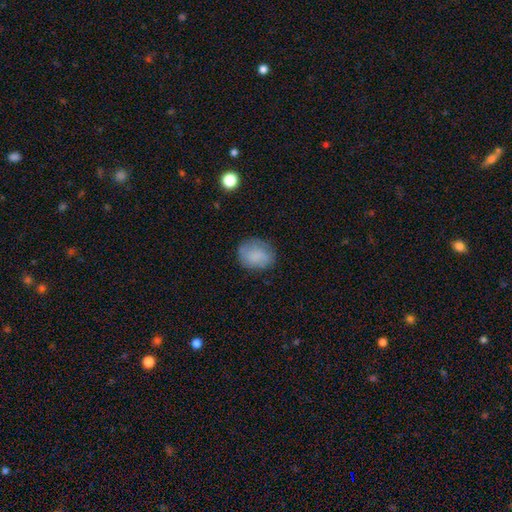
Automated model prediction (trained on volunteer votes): smooth 74%, featured or disk 18%, star or artifact 8%. Down the decision tree: how rounded — round (53%); merging — none (72%).